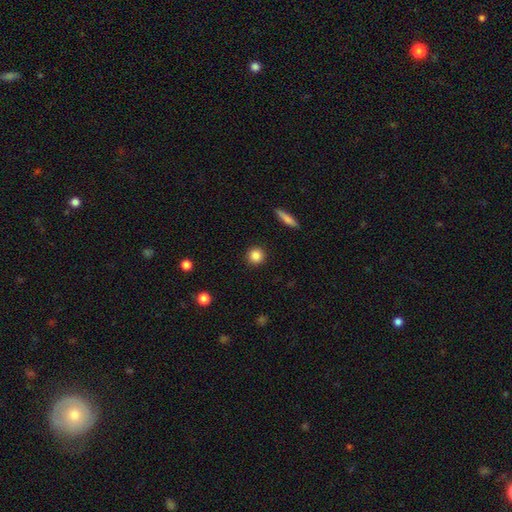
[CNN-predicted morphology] type=smooth (86%); roundness=round (93%); merging=none (92%).